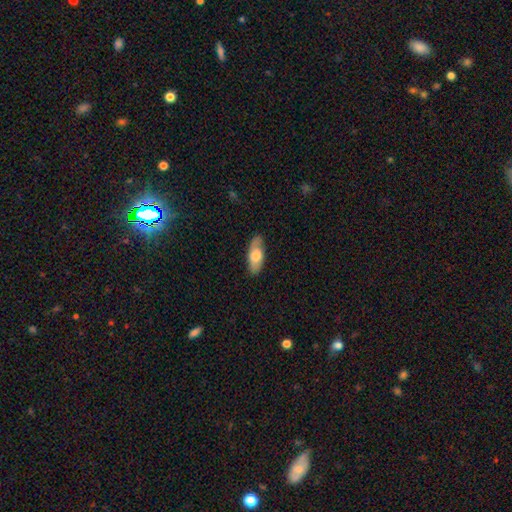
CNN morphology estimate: smooth_or_featured: smooth (p=0.65) [alt: featured or disk p=0.30]
how_rounded: in between (p=0.79) [alt: cigar-shaped p=0.18]
merging: none (p=0.82) [alt: minor disturbance p=0.14]